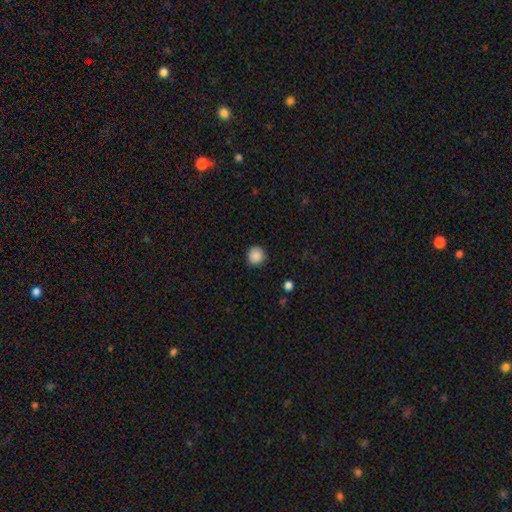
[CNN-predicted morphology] The model was most divided on "smooth or featured": smooth: 88%, star or artifact: 9%, featured or disk: 3%. More confident: how rounded — round (93%); merging — none (90%).